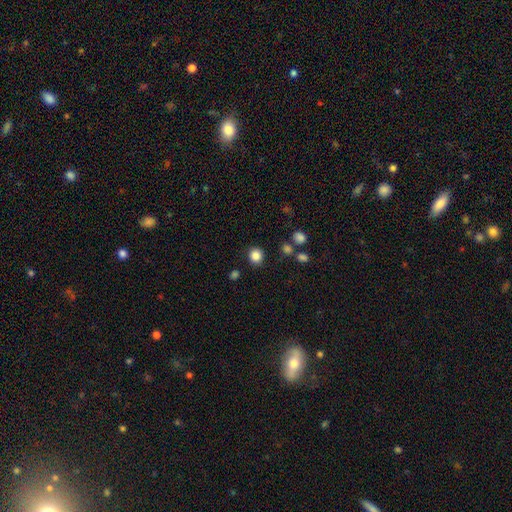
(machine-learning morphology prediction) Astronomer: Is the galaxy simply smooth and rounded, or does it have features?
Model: smooth — 85%.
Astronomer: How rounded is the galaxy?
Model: round — 88%.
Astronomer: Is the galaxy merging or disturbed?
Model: none — 87%.